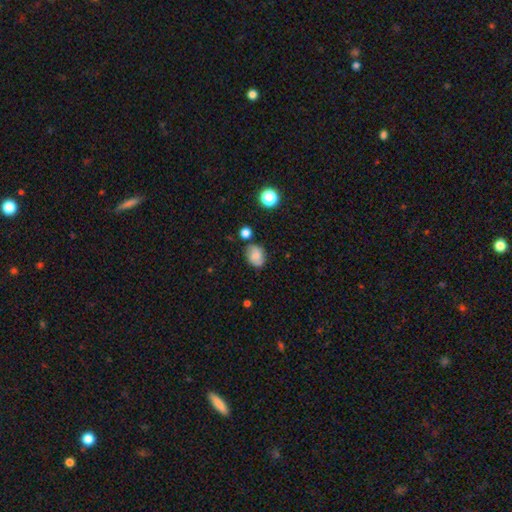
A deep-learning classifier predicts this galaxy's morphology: type=smooth (64%); roundness=in between (58%); merging=none (72%).